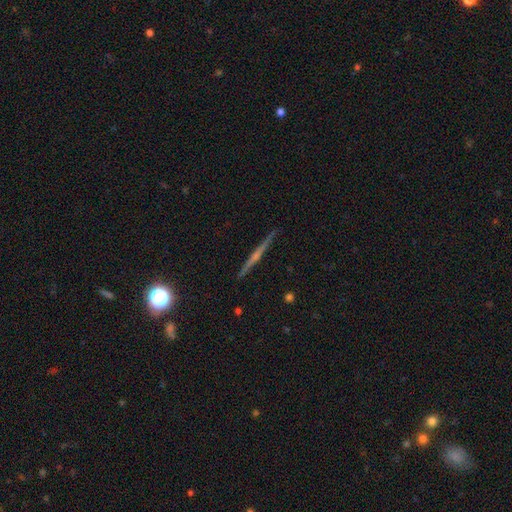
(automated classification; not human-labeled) Overall: featured or disk (74%). Edge-on disk: yes (98%). Edge-on bulge: rounded (59%; none 33%). Merging: none (92%).